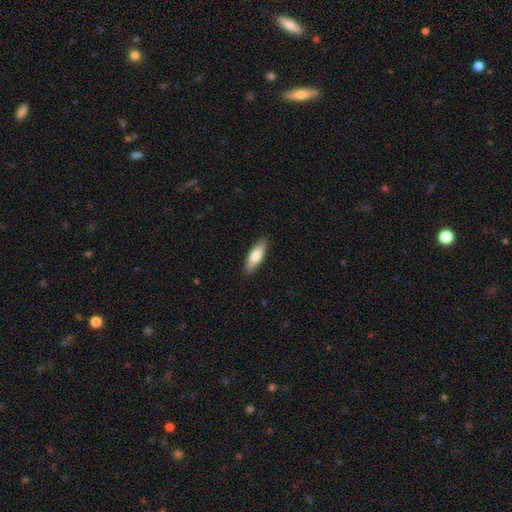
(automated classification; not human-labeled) This is likely a smooth galaxy (74%). How rounded: possibly in between (50%). Merging: clearly none (89%).